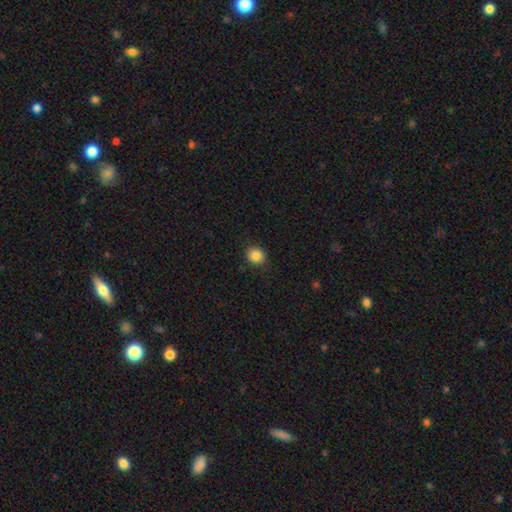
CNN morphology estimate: type=smooth (86%); roundness=round (73%); merging=none (88%).